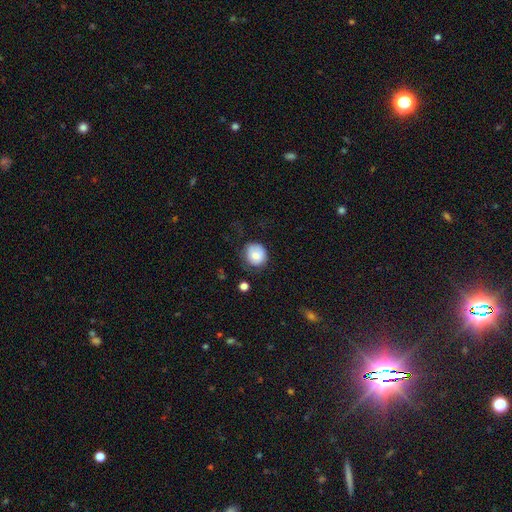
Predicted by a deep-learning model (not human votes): Smooth or featured? Predicted: smooth (p=0.79). How rounded? Predicted: round (p=0.84). Merging? Predicted: none (p=0.63).